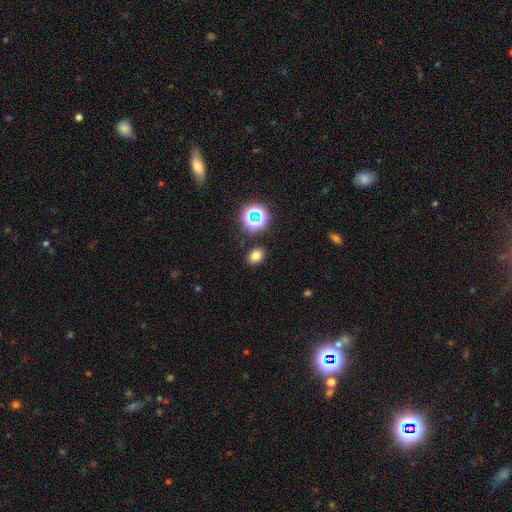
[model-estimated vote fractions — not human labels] A smooth galaxy with no disk features (74%) that is in between round and cigar-shaped (53%). Merging: none (87%).